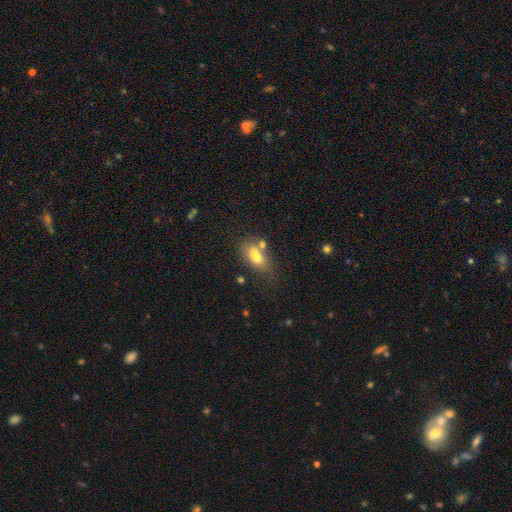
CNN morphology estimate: smooth 64%, featured or disk 25%, star or artifact 11%. Down the decision tree: how rounded — in between (78%); merging — merger (43%).